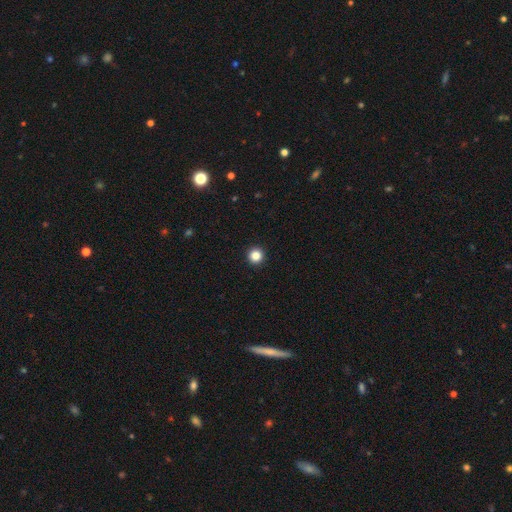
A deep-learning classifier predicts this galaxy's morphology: smooth 85%, star or artifact 11%, featured or disk 4%. Down the decision tree: how rounded — round (96%); merging — none (94%).